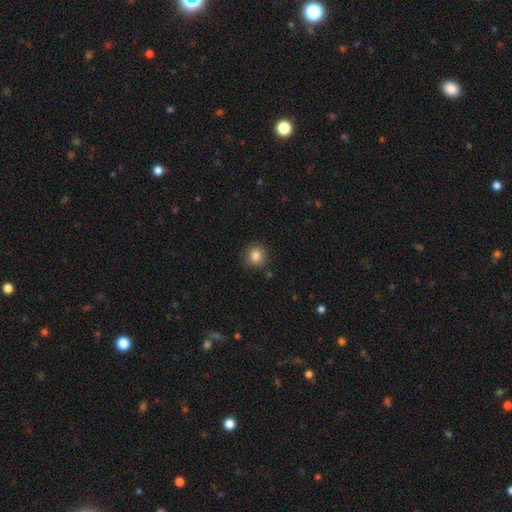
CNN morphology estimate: Smooth or featured?
  - smooth: 84% *
  - star or artifact: 11%
  - featured or disk: 5%
How rounded?
  - round: 89% *
  - in between: 10%
  - cigar-shaped: 1%
Merging?
  - none: 88% *
  - minor disturbance: 8%
  - major disturbance: 2%
  - merger: 2%